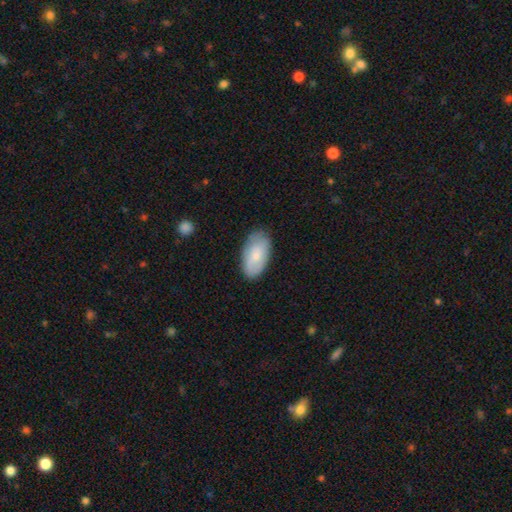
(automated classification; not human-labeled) Smooth or featured? Predicted: smooth (p=0.73). How rounded? Predicted: in between (p=0.94). Merging? Predicted: none (p=0.79).